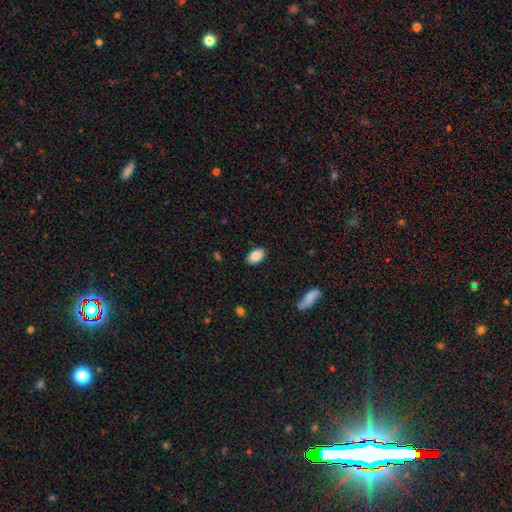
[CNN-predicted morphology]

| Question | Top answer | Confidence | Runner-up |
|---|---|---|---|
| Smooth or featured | smooth | 87% | star or artifact (7%) |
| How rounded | in between | 93% | round (6%) |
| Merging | none | 87% | minor disturbance (9%) |